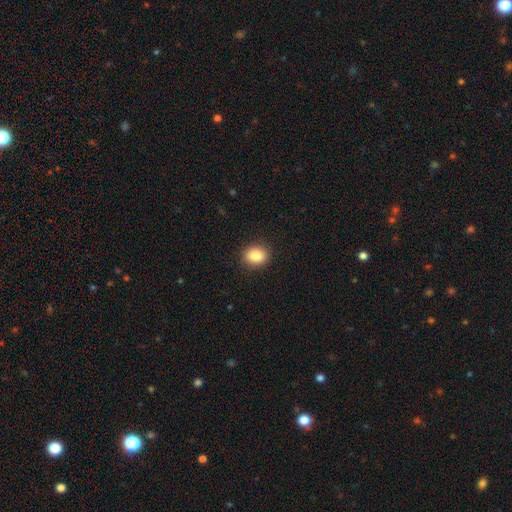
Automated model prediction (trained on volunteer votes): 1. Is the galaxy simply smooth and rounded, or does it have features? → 85% smooth, 9% star or artifact, 6% featured or disk.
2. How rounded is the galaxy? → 54% round, 45% in between, 1% cigar-shaped.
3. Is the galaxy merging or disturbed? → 89% none, 8% minor disturbance, 2% major disturbance, 1% merger.